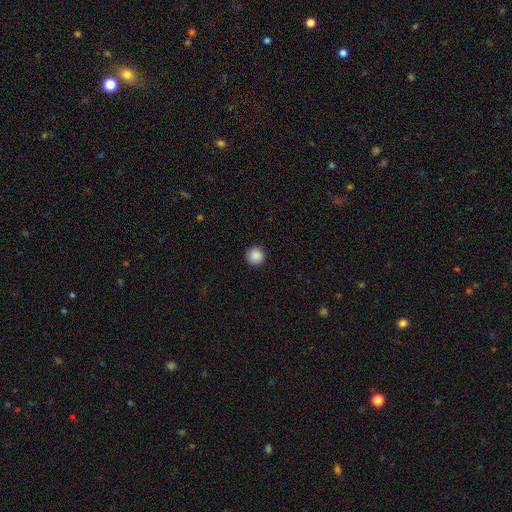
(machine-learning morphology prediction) The model was most divided on "smooth or featured": smooth: 88%, star or artifact: 9%, featured or disk: 3%. More confident: how rounded — round (95%); merging — none (92%).